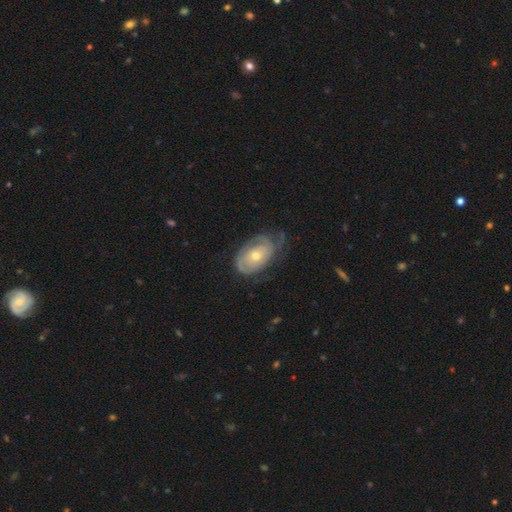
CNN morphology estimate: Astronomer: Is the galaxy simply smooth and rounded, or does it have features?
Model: featured or disk — 70%.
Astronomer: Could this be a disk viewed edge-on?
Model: no — 95%.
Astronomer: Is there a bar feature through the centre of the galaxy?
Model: no — 78%.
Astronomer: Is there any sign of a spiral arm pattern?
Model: yes — 82%.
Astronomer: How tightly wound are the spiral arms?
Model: tight — 61%.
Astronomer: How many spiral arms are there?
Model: can't tell — 39% (runner-up: 2, 33%).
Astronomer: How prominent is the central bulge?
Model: moderate — 56% (runner-up: small, 40%).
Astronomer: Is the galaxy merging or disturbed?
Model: none — 54% (runner-up: minor disturbance, 29%).